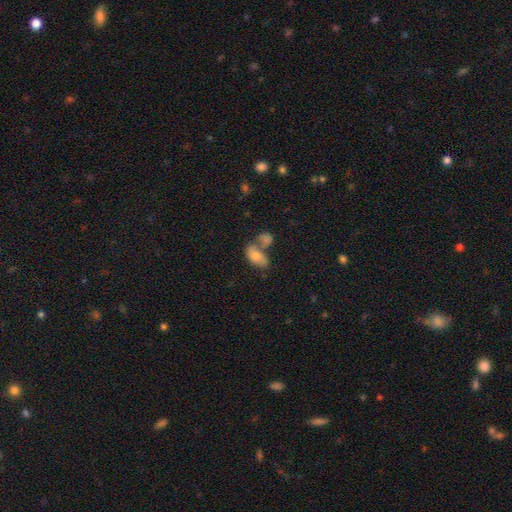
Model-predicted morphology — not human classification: A smooth galaxy with no disk features (75%) that is in between round and cigar-shaped (90%). Merging: merger (50%).